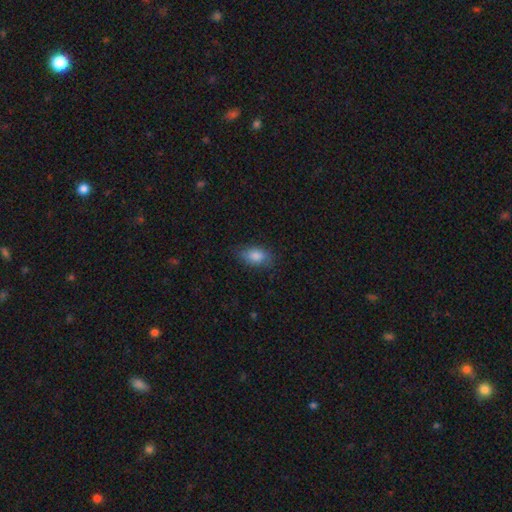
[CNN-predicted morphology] Smooth or featured?
  - smooth: 84% *
  - featured or disk: 8%
  - star or artifact: 8%
How rounded?
  - in between: 88% *
  - round: 8%
  - cigar-shaped: 4%
Merging?
  - none: 74% *
  - minor disturbance: 20%
  - major disturbance: 5%
  - merger: 1%